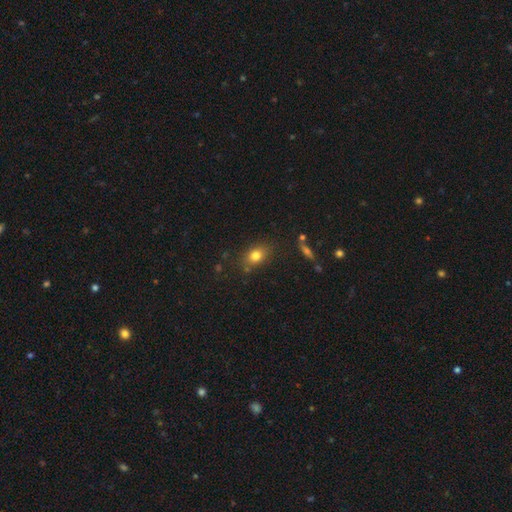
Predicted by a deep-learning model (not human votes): A smooth galaxy with no disk features (79%) that is in between round and cigar-shaped (66%).

Vote fractions:
- Smooth or featured? smooth: 79% / star or artifact: 11% / featured or disk: 10%
- How rounded? in between: 66% / round: 32% / cigar-shaped: 2%
- Merging? none: 78% / minor disturbance: 14% / major disturbance: 4% / merger: 3%